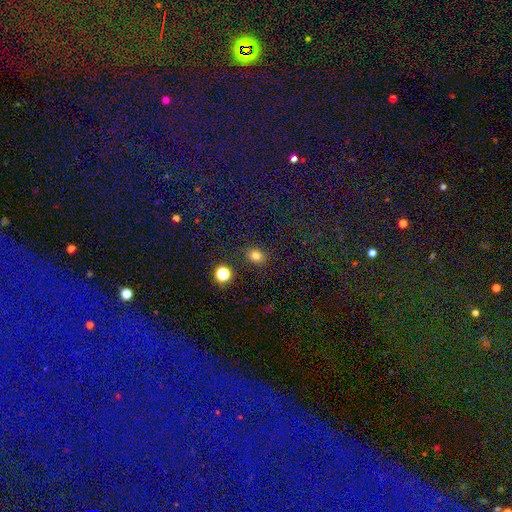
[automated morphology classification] smooth 79%, star or artifact 15%, featured or disk 6%. Down the decision tree: how rounded — round (54%); merging — none (86%).